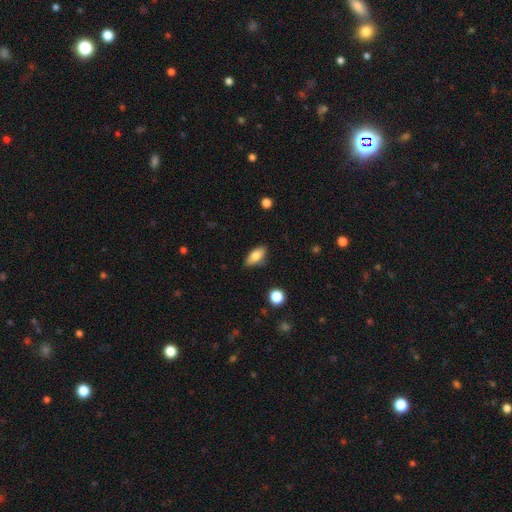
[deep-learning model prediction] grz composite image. It shows a smooth galaxy with no disk features (79%) that is in between round and cigar-shaped (85%). Merging: none (82%).